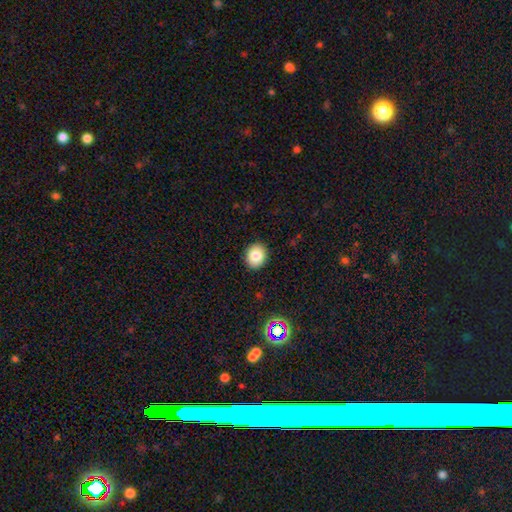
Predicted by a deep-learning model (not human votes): Smooth or featured? Predicted: smooth (p=0.82). How rounded? Predicted: round (p=0.66). Merging? Predicted: none (p=0.91).